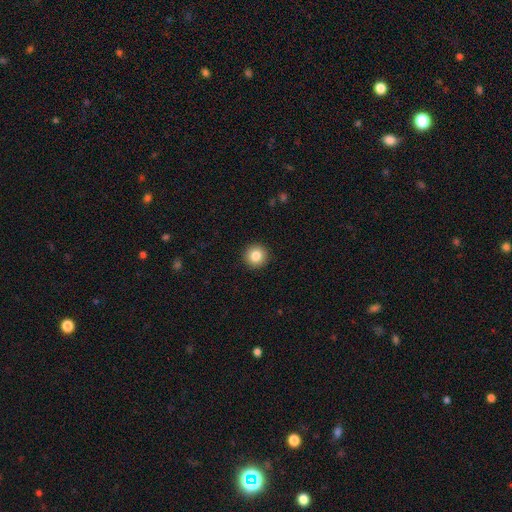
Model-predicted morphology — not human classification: Q: Smooth or featured?
A: smooth (84%); runner-up: star or artifact (10%)
Q: How rounded?
A: round (96%); runner-up: in between (3%)
Q: Merging?
A: none (94%); runner-up: minor disturbance (4%)